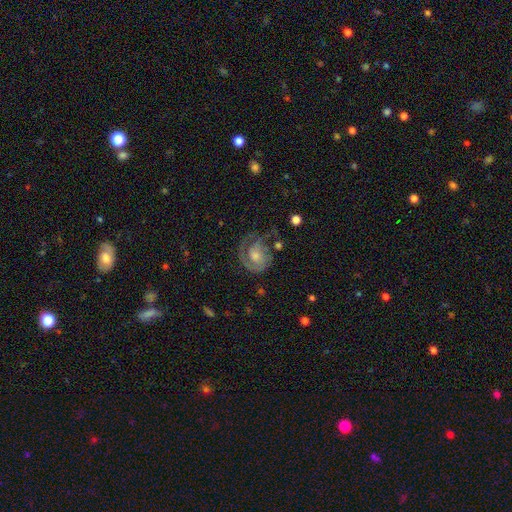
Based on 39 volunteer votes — featured or disk 85%, smooth 10%, star or artifact 5%. Down the decision tree: edge-on disk — no (94%); bar — no (65%); spiral arms — yes (100%); spiral arm count — 1 (39%); spiral winding — tight (68%); bulge size — moderate (52%); merging — none (41%).